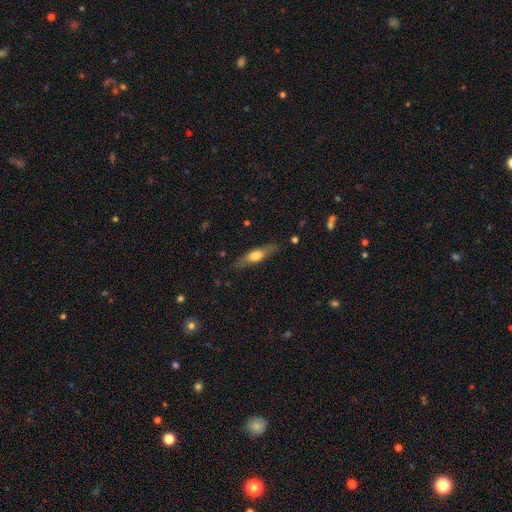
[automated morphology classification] smooth-or-featured: smooth: 49% | featured or disk: 45% | star or artifact: 6%
  merging: none: 83% | minor disturbance: 13% | major disturbance: 3% | merger: 1%